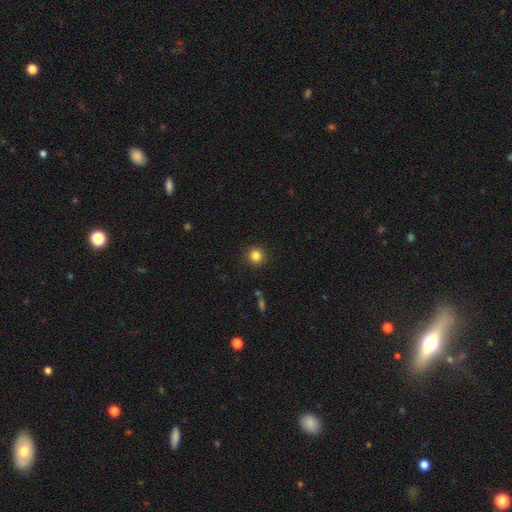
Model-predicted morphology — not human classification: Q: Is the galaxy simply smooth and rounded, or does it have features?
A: smooth — 84%.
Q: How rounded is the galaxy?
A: round — 92%.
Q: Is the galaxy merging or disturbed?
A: none — 89%.